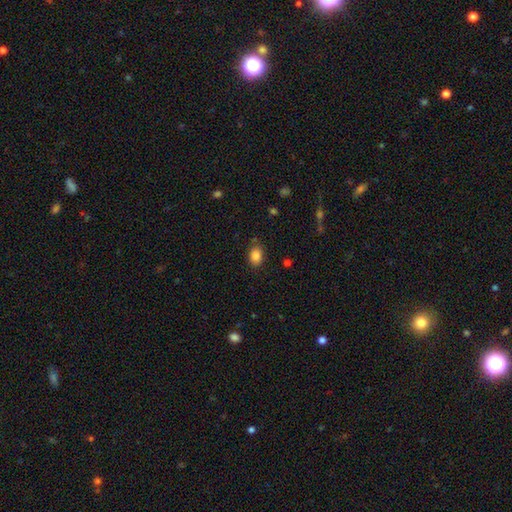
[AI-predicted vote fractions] smooth-or-featured: smooth: 86% | star or artifact: 9% | featured or disk: 4%
  how-rounded: in between: 73% | round: 26% | cigar-shaped: 1%
  merging: none: 81% | minor disturbance: 13% | major disturbance: 3% | merger: 2%